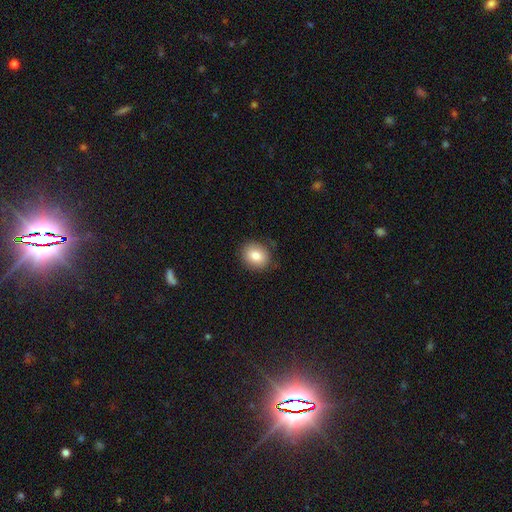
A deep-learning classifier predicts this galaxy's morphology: A smooth galaxy with no disk features (82%) that is round (61%).

Vote fractions:
- Smooth or featured? smooth: 82% / featured or disk: 9% / star or artifact: 9%
- How rounded? round: 61% / in between: 38% / cigar-shaped: 1%
- Merging? none: 83% / minor disturbance: 13% / major disturbance: 3% / merger: 1%